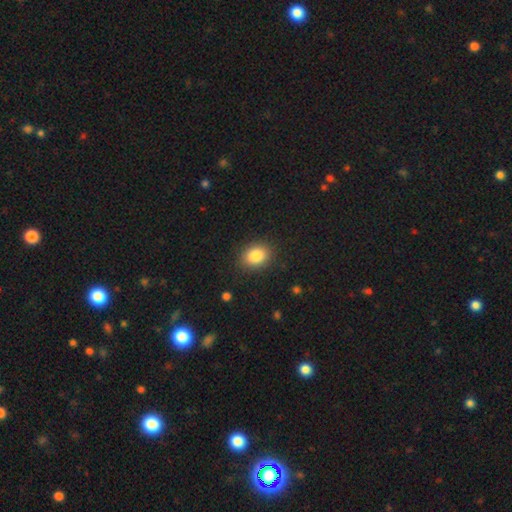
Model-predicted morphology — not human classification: Smooth or featured? smooth (85%)
How rounded? in between (61%)
Merging? none (87%)